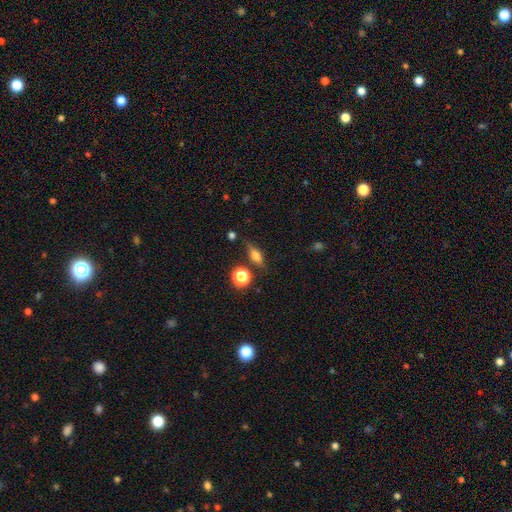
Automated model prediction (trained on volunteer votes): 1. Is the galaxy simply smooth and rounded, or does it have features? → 50% smooth, 38% featured or disk, 12% star or artifact.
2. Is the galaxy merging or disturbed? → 77% none, 14% minor disturbance, 5% merger, 4% major disturbance.